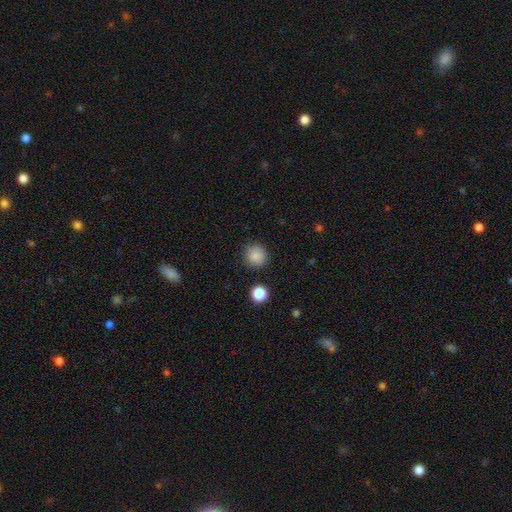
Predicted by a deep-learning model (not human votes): Smooth or featured? Predicted: smooth (p=0.86). How rounded? Predicted: round (p=0.92). Merging? Predicted: none (p=0.88).